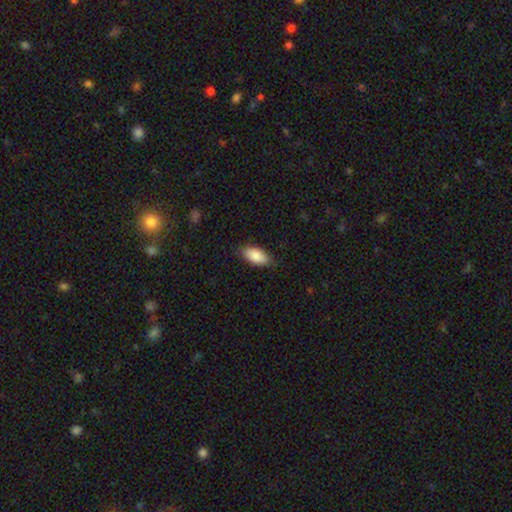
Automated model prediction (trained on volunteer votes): smooth_or_featured: smooth (p=0.87) [alt: featured or disk p=0.07]
how_rounded: in between (p=0.92) [alt: cigar-shaped p=0.06]
merging: none (p=0.81) [alt: minor disturbance p=0.15]